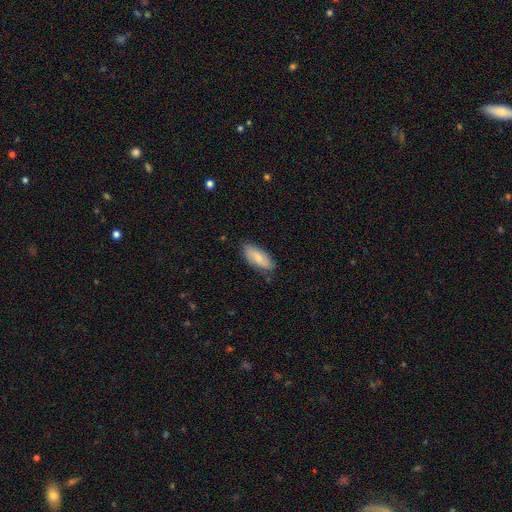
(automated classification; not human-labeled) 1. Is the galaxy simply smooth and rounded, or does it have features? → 57% smooth, 35% featured or disk, 8% star or artifact.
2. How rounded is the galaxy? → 78% in between, 19% cigar-shaped, 3% round.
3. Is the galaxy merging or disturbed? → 82% none, 14% minor disturbance, 2% major disturbance, 1% merger.